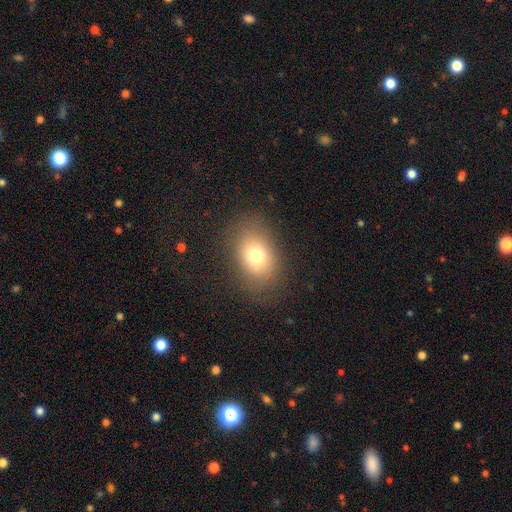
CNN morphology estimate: Smooth or featured? Predicted: smooth (p=0.74). How rounded? Predicted: in between (p=0.70). Merging? Predicted: none (p=0.80).